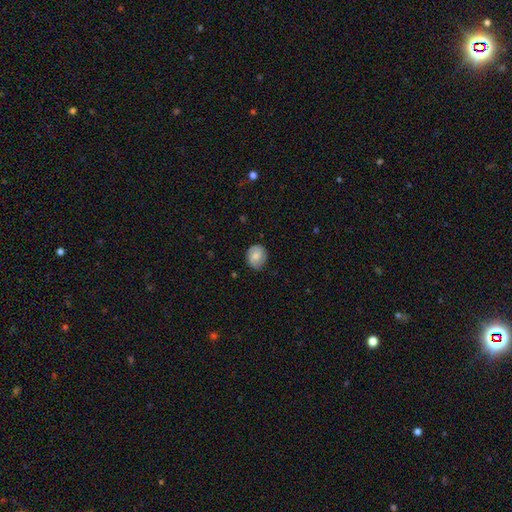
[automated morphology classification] Smooth or featured? smooth (58%)
How rounded? round (66%)
Merging? none (81%)